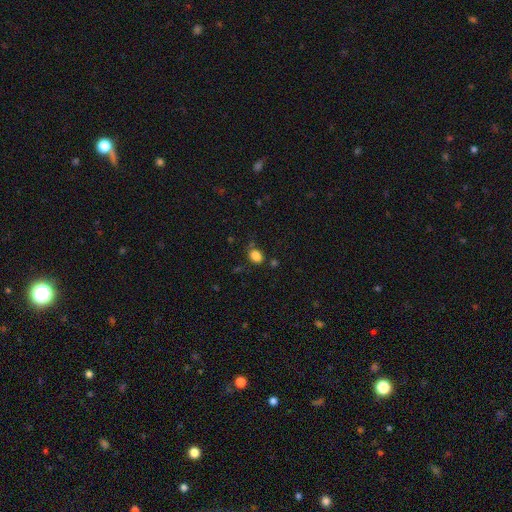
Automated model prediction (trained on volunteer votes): Morphology: type=smooth (84%); roundness=in between (67%); merging=none (68%).